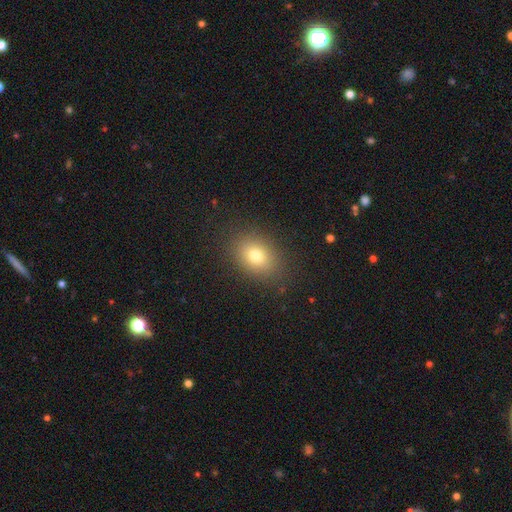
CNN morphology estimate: smooth-or-featured: smooth: 76% | star or artifact: 13% | featured or disk: 11%
  how-rounded: in between: 66% | round: 32% | cigar-shaped: 1%
  merging: none: 85% | minor disturbance: 10% | major disturbance: 4% | merger: 1%